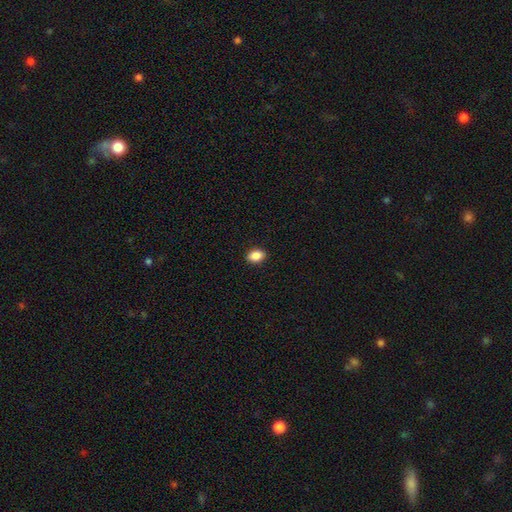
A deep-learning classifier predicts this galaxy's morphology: The model was most divided on "how rounded": in between: 81%, round: 17%, cigar-shaped: 1%. More confident: merging — none (91%); smooth or featured — smooth (89%).